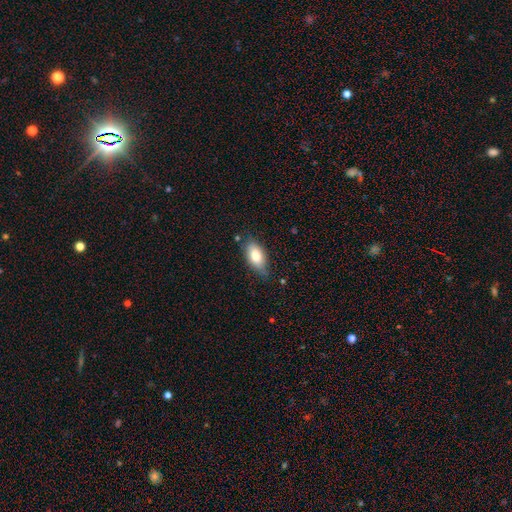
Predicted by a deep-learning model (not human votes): smooth_or_featured: smooth (p=0.78) [alt: featured or disk p=0.15]
how_rounded: in between (p=0.88) [alt: cigar-shaped p=0.08]
merging: none (p=0.72) [alt: minor disturbance p=0.22]